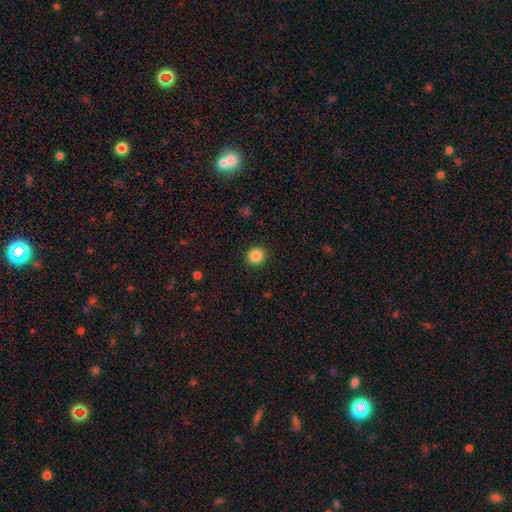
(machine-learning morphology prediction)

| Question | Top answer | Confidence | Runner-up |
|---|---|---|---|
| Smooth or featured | smooth | 86% | star or artifact (10%) |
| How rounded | round | 91% | in between (8%) |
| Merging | none | 92% | minor disturbance (5%) |